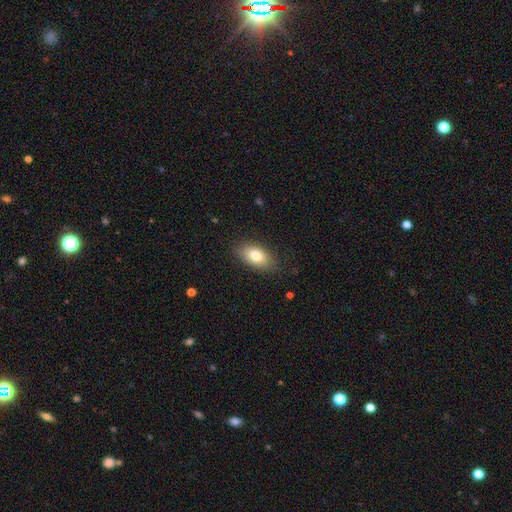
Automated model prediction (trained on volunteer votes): This is clearly a smooth galaxy (80%). How rounded: clearly in between (90%). Merging: clearly none (82%).